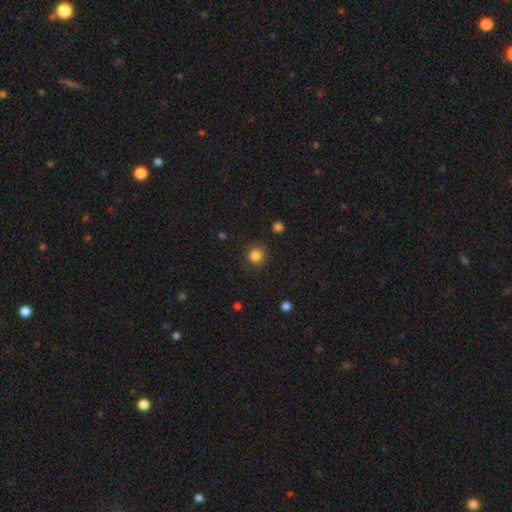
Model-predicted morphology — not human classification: smooth 84%, star or artifact 12%, featured or disk 4%. Down the decision tree: how rounded — round (91%); merging — none (87%).